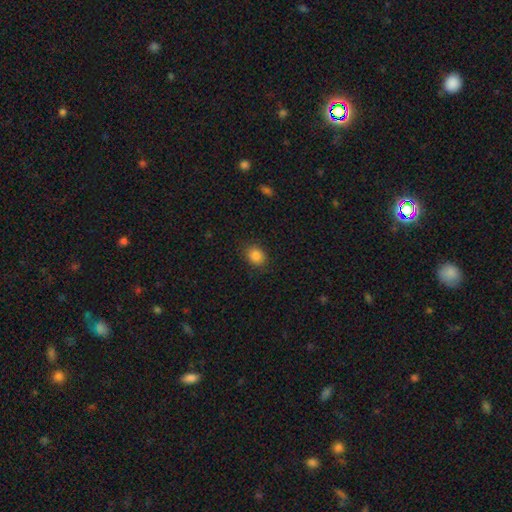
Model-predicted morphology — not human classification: Smooth or featured: smooth — 86% (star or artifact — 10%)
How rounded: round — 57% (in between — 42%)
Merging: none — 86% (minor disturbance — 10%)